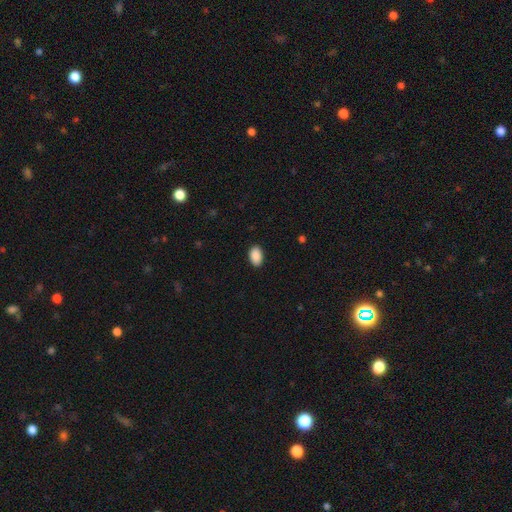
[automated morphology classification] A smooth galaxy with no disk features (90%) that is in between round and cigar-shaped (92%). Merging: none (88%).